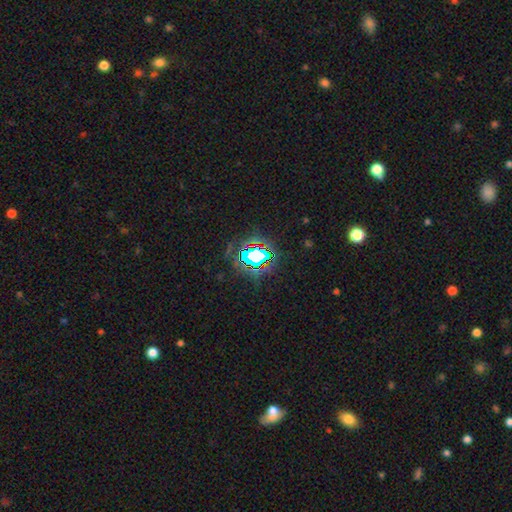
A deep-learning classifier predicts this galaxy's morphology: A star or artifact, not a galaxy (65%).